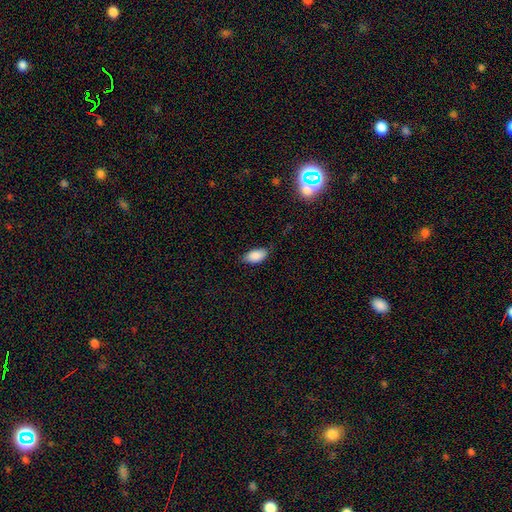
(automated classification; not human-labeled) Smooth or featured: smooth — 87% (star or artifact — 7%)
How rounded: in between — 92% (cigar-shaped — 4%)
Merging: none — 73% (minor disturbance — 22%)